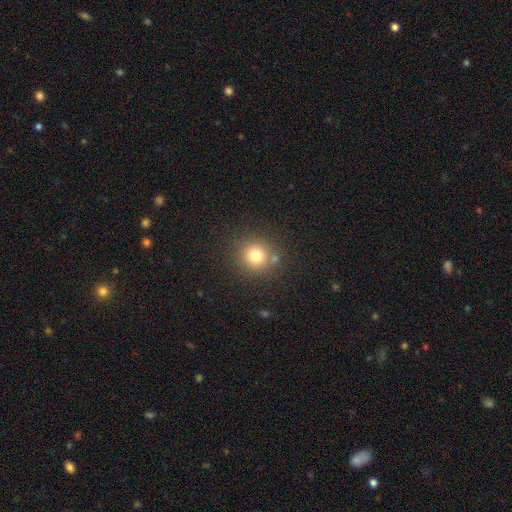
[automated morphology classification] This appears to be a smooth galaxy with no disk features (76%) that is round (92%). Merging: none (82%).